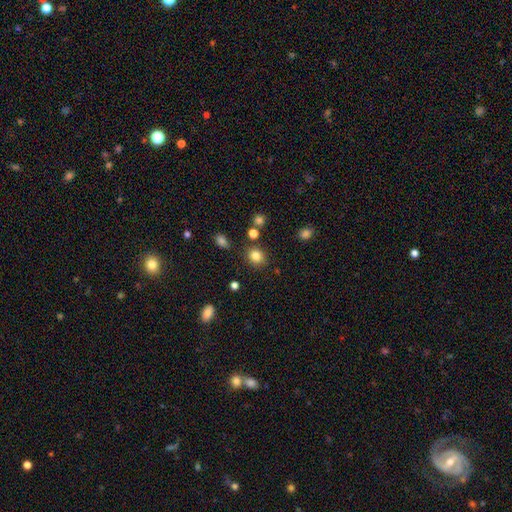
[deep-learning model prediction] Morphology: type=smooth (82%); roundness=round (76%); merging=none (83%).